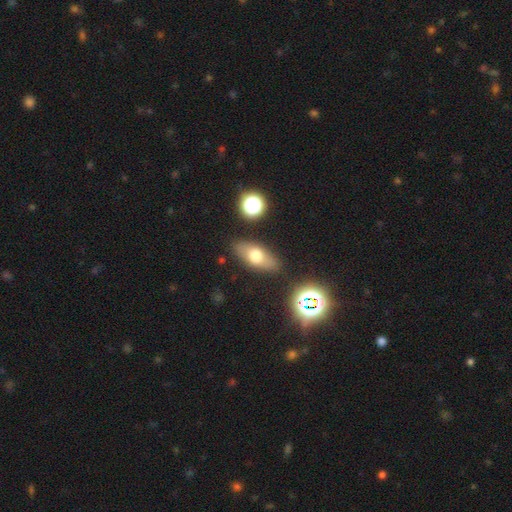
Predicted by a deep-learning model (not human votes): A smooth galaxy with no disk features (63%) that is in between round and cigar-shaped (77%).

Vote fractions:
- Smooth or featured? smooth: 63% / featured or disk: 27% / star or artifact: 10%
- How rounded? in between: 77% / cigar-shaped: 16% / round: 8%
- Merging? none: 83% / minor disturbance: 11% / major disturbance: 3% / merger: 3%